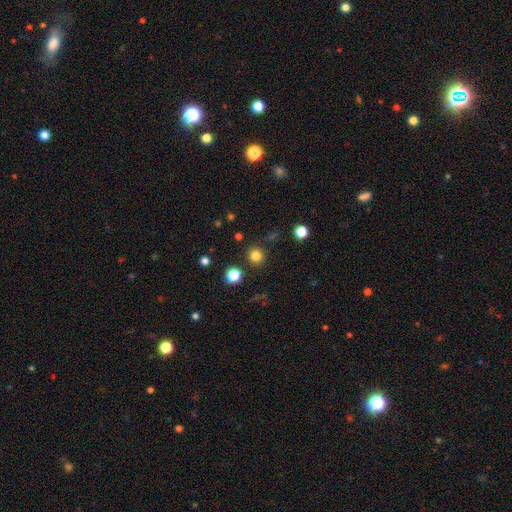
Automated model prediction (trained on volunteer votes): A smooth galaxy with no disk features (81%) that is round (94%). Merging: none (88%).